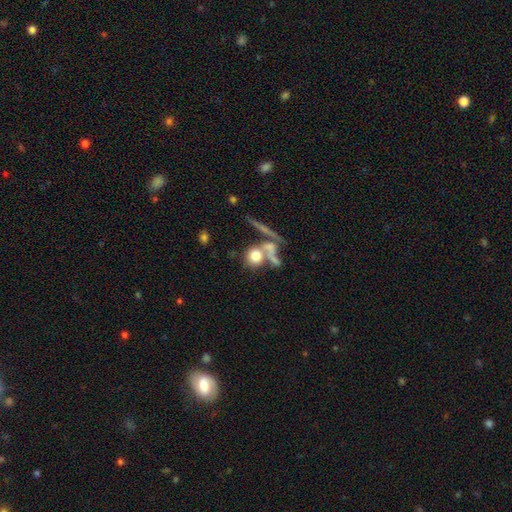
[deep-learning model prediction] smooth_or_featured: smooth (p=0.68) [alt: featured or disk p=0.20]
how_rounded: round (p=0.77) [alt: in between p=0.19]
merging: none (p=0.46) [alt: merger p=0.35]